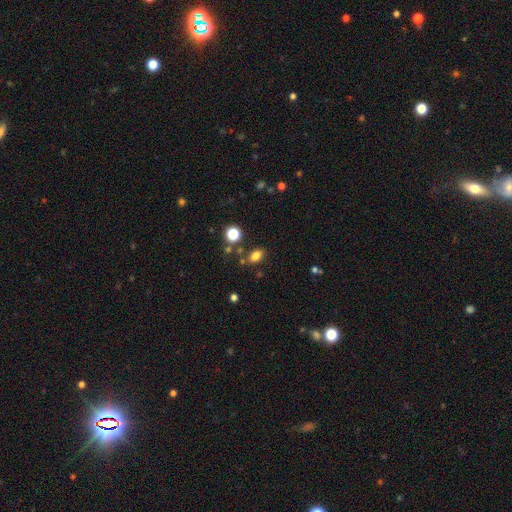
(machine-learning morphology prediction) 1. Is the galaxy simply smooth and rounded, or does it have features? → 79% smooth, 14% star or artifact, 6% featured or disk.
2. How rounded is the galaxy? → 79% in between, 19% round, 2% cigar-shaped.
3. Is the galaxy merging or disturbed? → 78% none, 12% minor disturbance, 7% merger, 4% major disturbance.